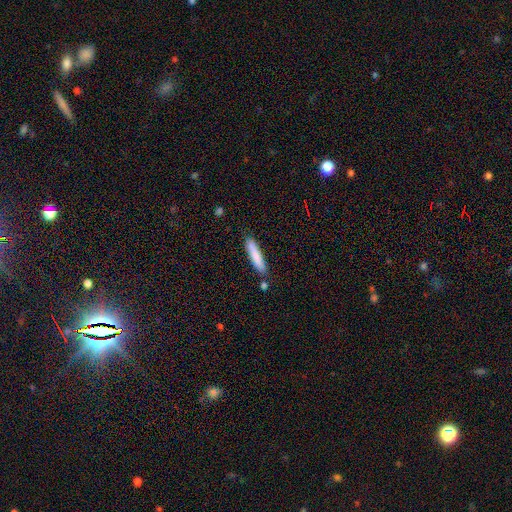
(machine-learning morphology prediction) smooth_or_featured: smooth (p=0.80) [alt: featured or disk p=0.14]
how_rounded: cigar-shaped (p=0.89) [alt: in between p=0.10]
merging: none (p=0.83) [alt: minor disturbance p=0.11]